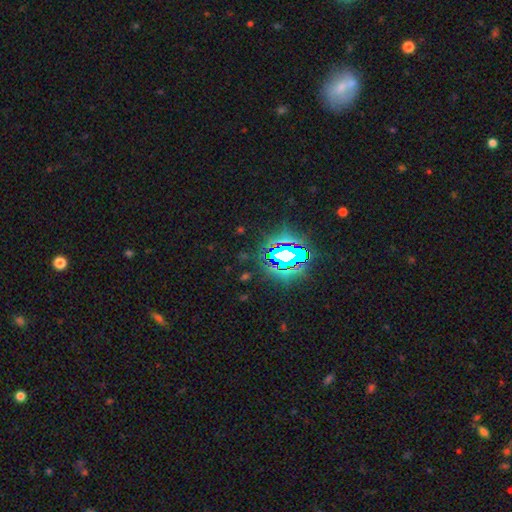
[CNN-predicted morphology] Smooth or featured: star or artifact — 81% (smooth — 11%)